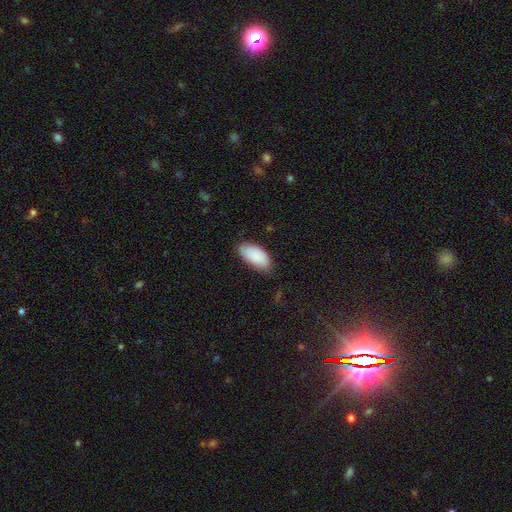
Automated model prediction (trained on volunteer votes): Smooth or featured? smooth (88%)
How rounded? in between (94%)
Merging? none (72%)